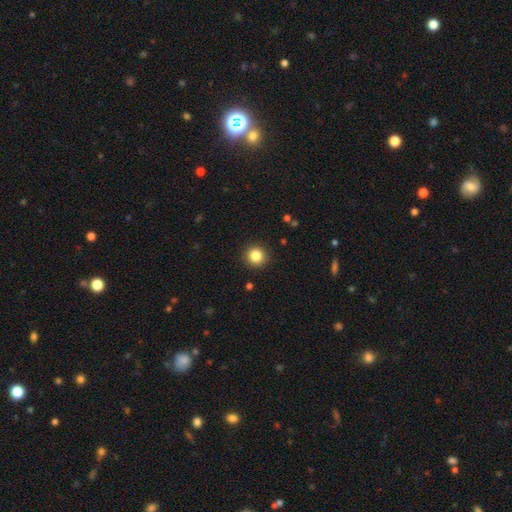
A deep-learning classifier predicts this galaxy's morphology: Smooth or featured? smooth (85%)
How rounded? round (93%)
Merging? none (92%)